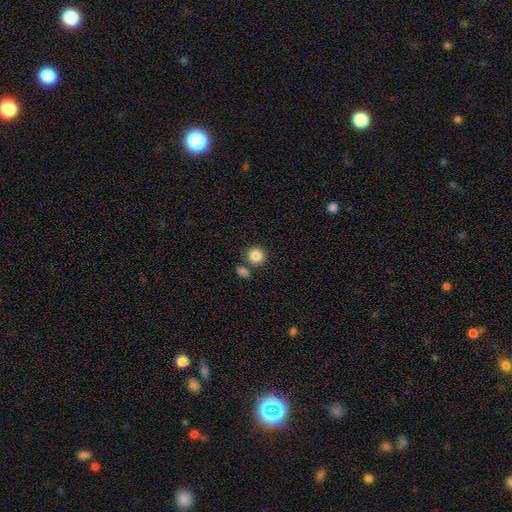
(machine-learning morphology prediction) smooth-or-featured: smooth: 86% | star or artifact: 9% | featured or disk: 5%
  how-rounded: round: 90% | in between: 9% | cigar-shaped: 1%
  merging: none: 75% | merger: 14% | minor disturbance: 9% | major disturbance: 3%